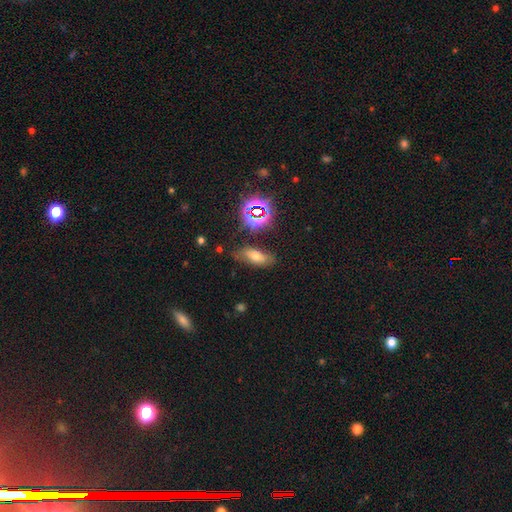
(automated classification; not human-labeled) This is possibly a smooth galaxy (59%). How rounded: likely in between (77%). Merging: likely none (72%).